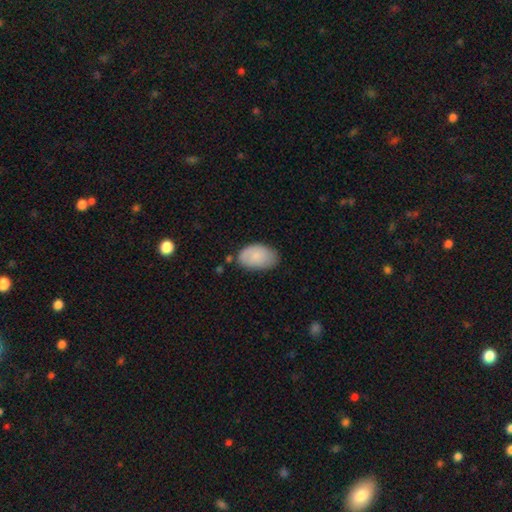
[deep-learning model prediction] Smooth or featured? smooth (82%)
How rounded? in between (92%)
Merging? none (71%)